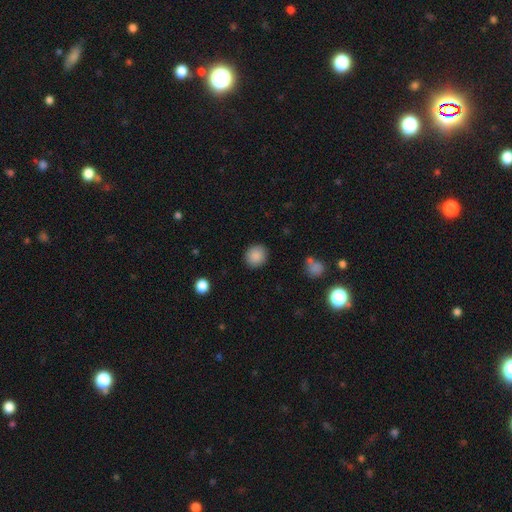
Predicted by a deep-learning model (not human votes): This appears to be a smooth galaxy with no disk features (88%) that is round (85%). Merging: none (90%).